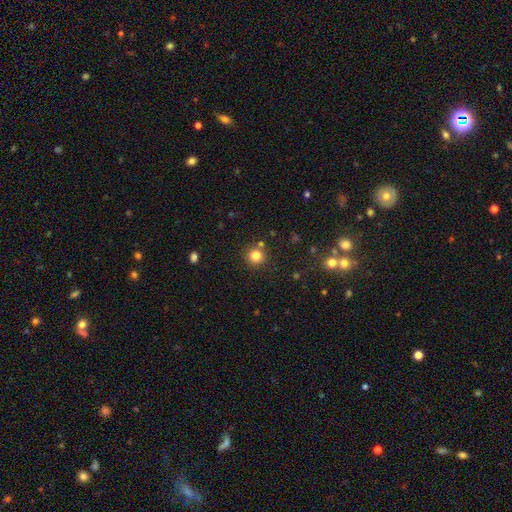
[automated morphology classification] Smooth or featured: smooth — 81% (star or artifact — 13%)
How rounded: round — 94% (in between — 5%)
Merging: none — 84% (minor disturbance — 7%)